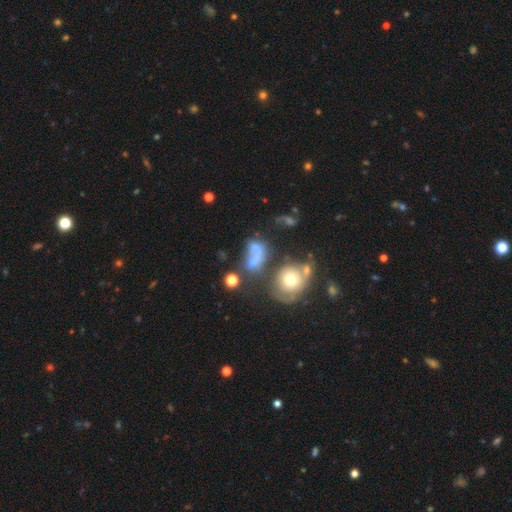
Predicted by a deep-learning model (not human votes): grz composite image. It shows a smooth galaxy with no disk features (51%) that is in between round and cigar-shaped (60%). Merging: merger (36%).